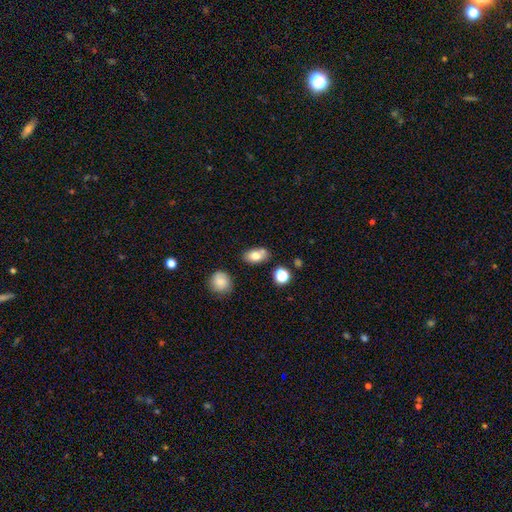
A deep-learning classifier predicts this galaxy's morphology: Q: Smooth or featured?
A: smooth (78%); runner-up: featured or disk (12%)
Q: How rounded?
A: in between (83%); runner-up: round (15%)
Q: Merging?
A: none (65%); runner-up: merger (16%)